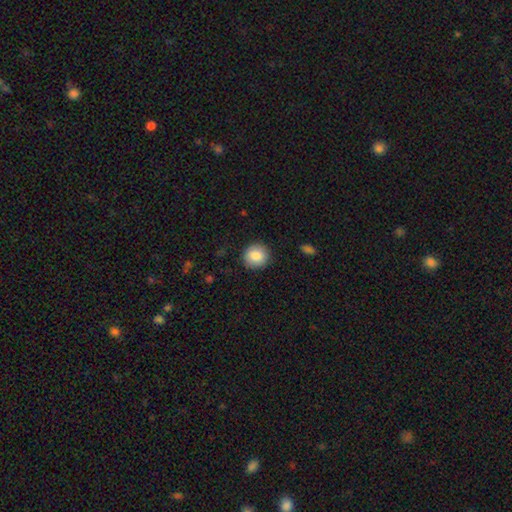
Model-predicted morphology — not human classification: Overall: smooth (87%). How rounded: round (91%). Merging: none (90%).